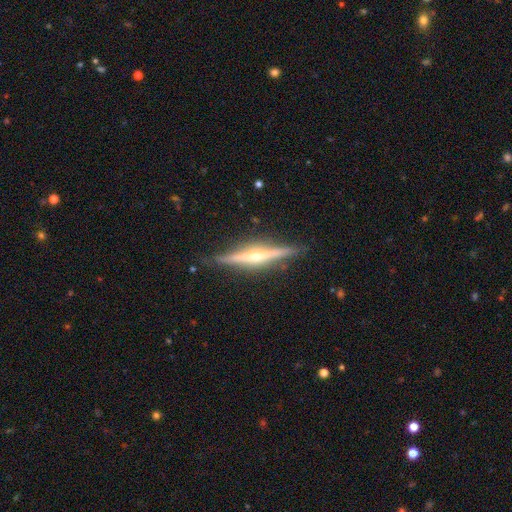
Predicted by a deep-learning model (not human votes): This appears to be a featured or disk galaxy (82%) viewed edge-on (98%) with a rounded central bulge (86%). Merging: none (88%).